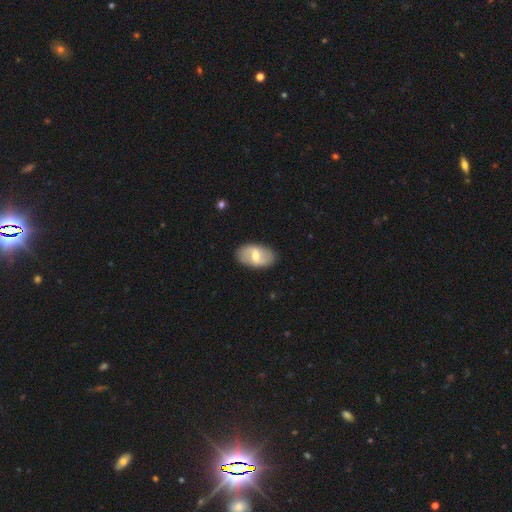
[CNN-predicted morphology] This appears to be a featured or disk galaxy (49%). Merging: none (86%).